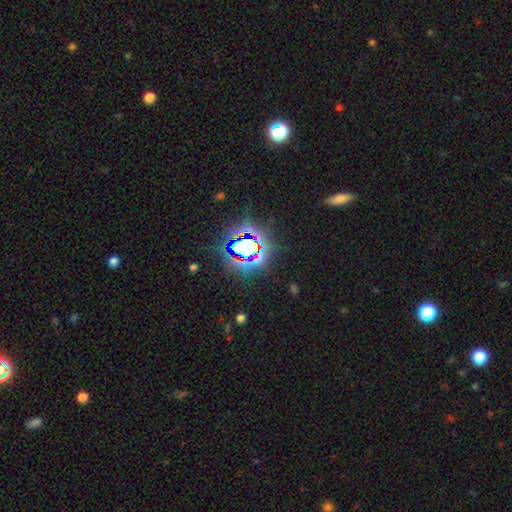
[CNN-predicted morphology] A star or artifact, not a galaxy (76%).

Vote fractions:
- Smooth or featured? star or artifact: 76% / smooth: 14% / featured or disk: 10%